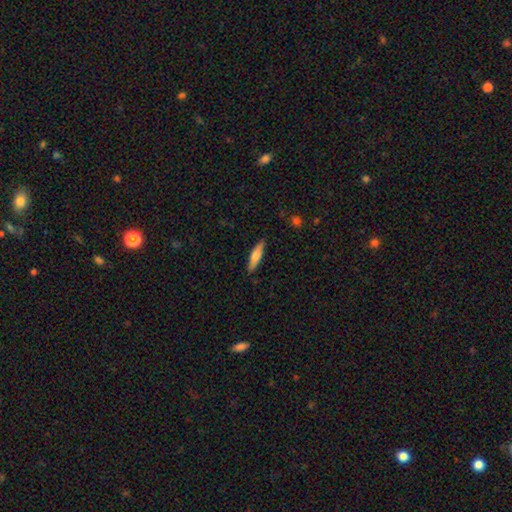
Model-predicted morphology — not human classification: type=smooth (64%); roundness=cigar-shaped (79%); merging=none (89%).